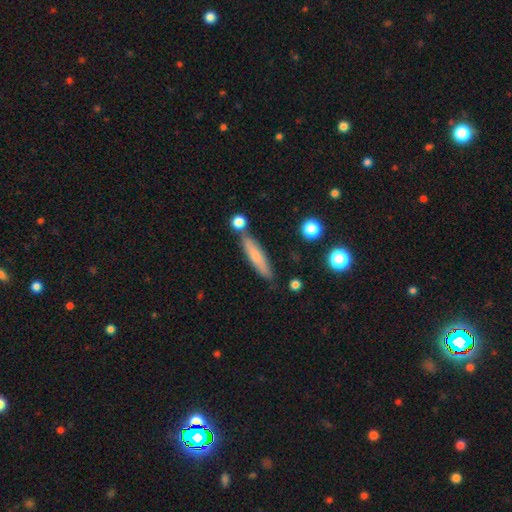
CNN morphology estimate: A smooth galaxy with no disk features (66%) that is cigar-shaped (85%). Merging: none (76%).